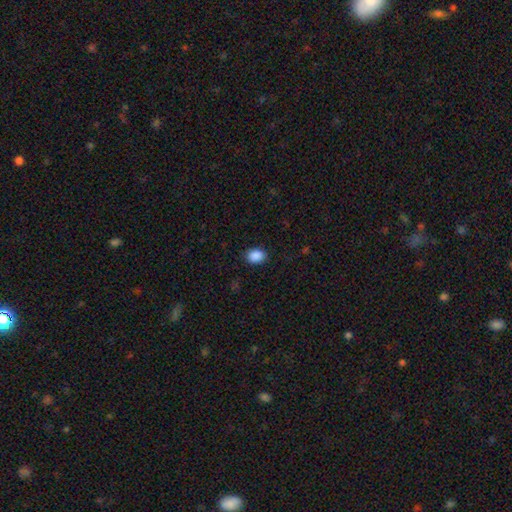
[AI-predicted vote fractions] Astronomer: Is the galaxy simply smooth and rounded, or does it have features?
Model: smooth — 89%.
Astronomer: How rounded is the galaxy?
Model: in between — 68%.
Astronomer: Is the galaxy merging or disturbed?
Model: none — 88%.